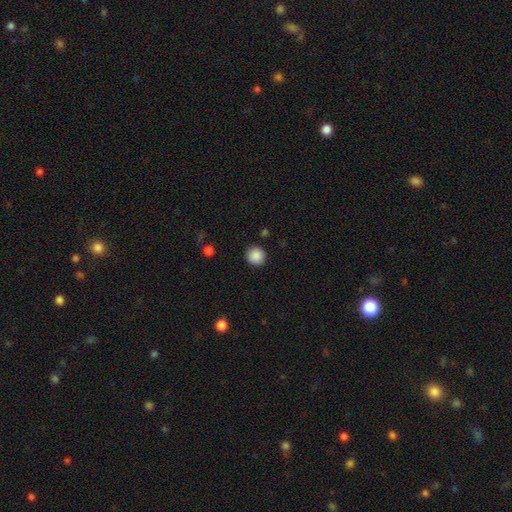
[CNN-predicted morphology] Q: Smooth or featured?
A: smooth (88%); runner-up: star or artifact (9%)
Q: How rounded?
A: round (94%); runner-up: in between (5%)
Q: Merging?
A: none (91%); runner-up: minor disturbance (6%)